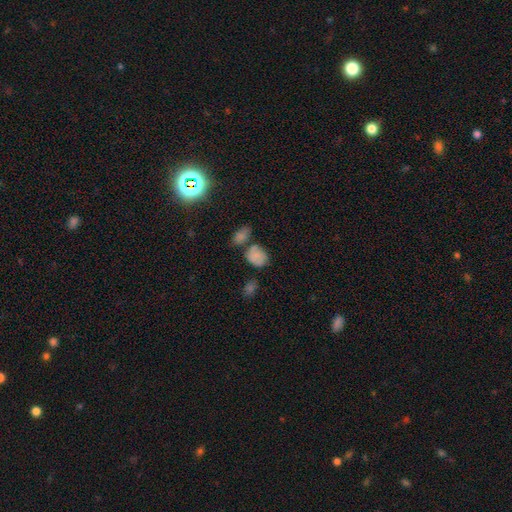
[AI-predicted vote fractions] Smooth or featured? smooth (75%)
How rounded? in between (63%)
Merging? none (48%)